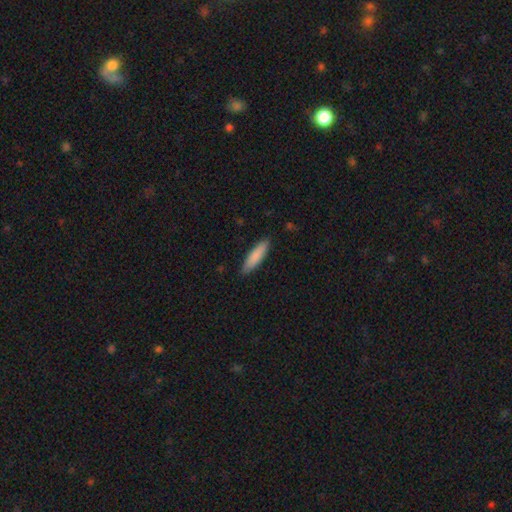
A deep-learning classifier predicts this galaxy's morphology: The model was most divided on "how rounded": cigar-shaped: 69%, in between: 30%, round: 1%. More confident: merging — none (88%); smooth or featured — smooth (85%).